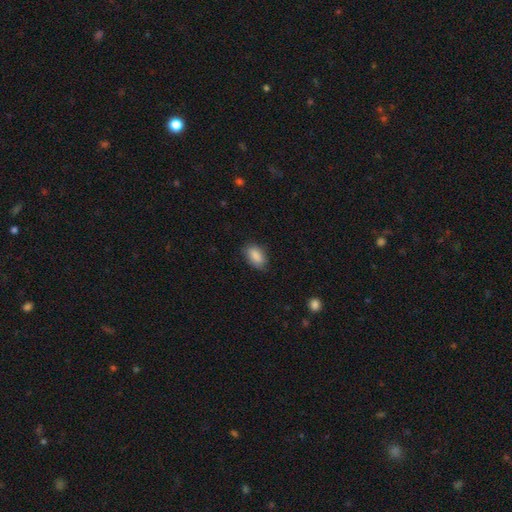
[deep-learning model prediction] A smooth galaxy with no disk features (88%) that is in between round and cigar-shaped (89%). Merging: none (79%).